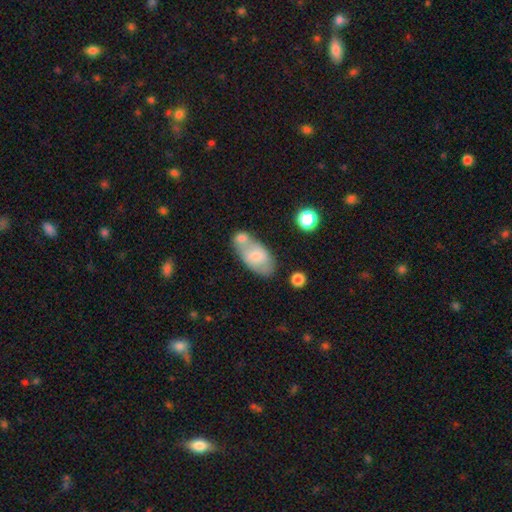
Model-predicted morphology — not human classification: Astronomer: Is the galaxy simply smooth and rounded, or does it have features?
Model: smooth — 68%.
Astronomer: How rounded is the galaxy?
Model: in between — 91%.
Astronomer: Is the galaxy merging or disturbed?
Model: merger — 41% (runner-up: none, 36%).